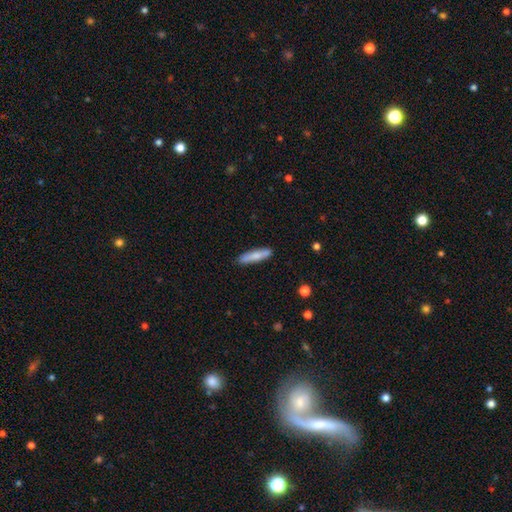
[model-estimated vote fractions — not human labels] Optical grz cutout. It shows a smooth galaxy with no disk features (77%) that is cigar-shaped (82%). Merging: none (83%).